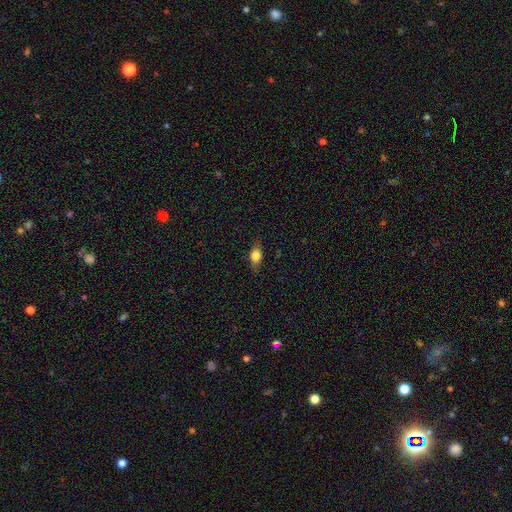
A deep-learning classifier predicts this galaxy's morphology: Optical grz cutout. It shows a smooth galaxy with no disk features (70%) that is in between round and cigar-shaped (71%). Merging: none (82%).